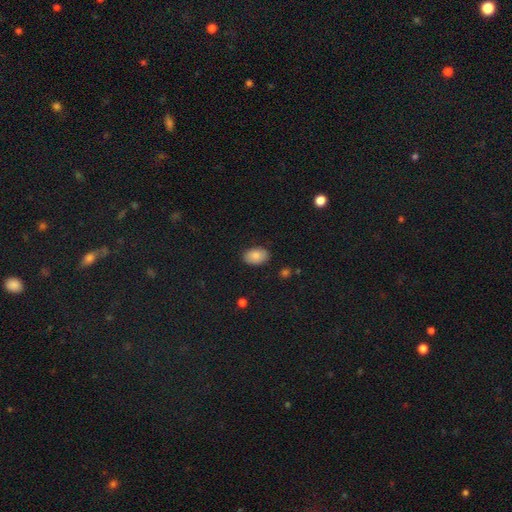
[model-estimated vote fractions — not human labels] smooth 85%, star or artifact 8%, featured or disk 7%. Down the decision tree: how rounded — in between (89%); merging — none (86%).